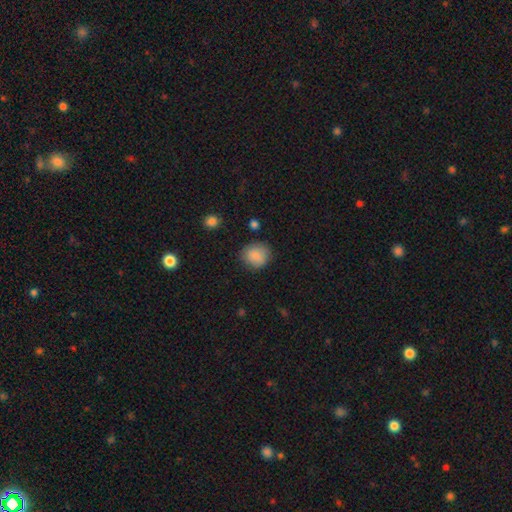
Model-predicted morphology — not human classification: smooth-or-featured: smooth: 87% | star or artifact: 8% | featured or disk: 5%
  how-rounded: round: 77% | in between: 22% | cigar-shaped: 1%
  merging: none: 79% | minor disturbance: 15% | major disturbance: 4% | merger: 2%